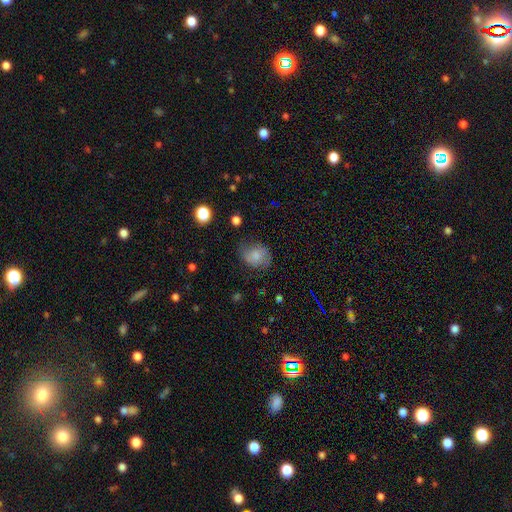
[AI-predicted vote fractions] The model was most divided on "how rounded": round: 51%, in between: 48%, cigar-shaped: 1%. More confident: smooth or featured — smooth (71%); merging — none (61%).